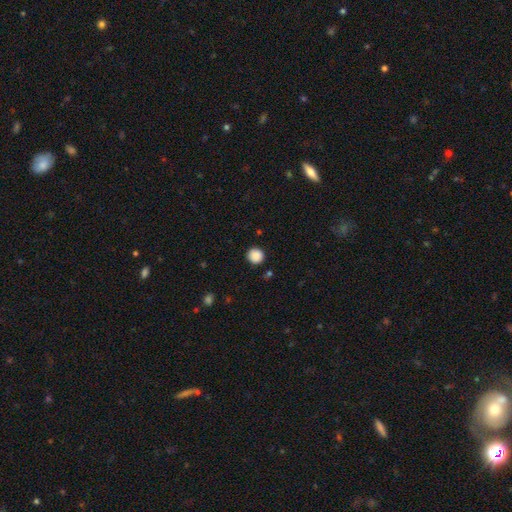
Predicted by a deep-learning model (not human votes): Overall: smooth (88%). How rounded: round (91%). Merging: none (89%).